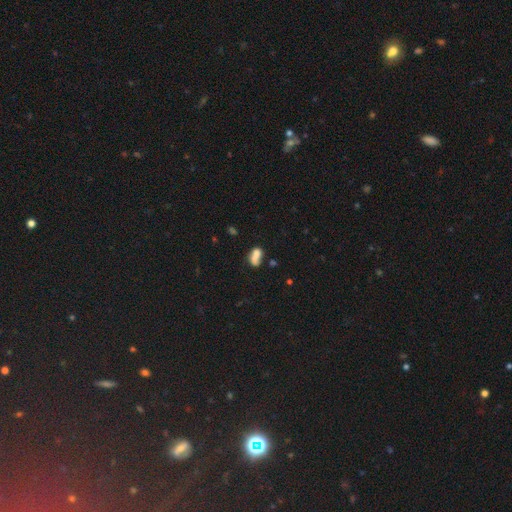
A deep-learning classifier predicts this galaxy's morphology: The model was most divided on "merging": merger: 45%, none: 30%, minor disturbance: 14%, major disturbance: 11%. More confident: how rounded — in between (78%); smooth or featured — smooth (69%).